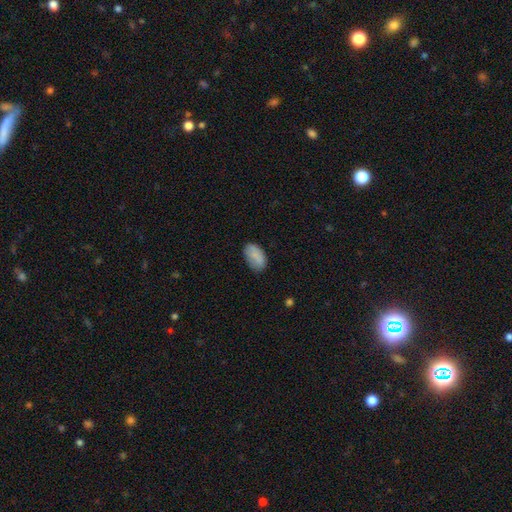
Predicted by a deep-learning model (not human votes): Smooth or featured? smooth (83%)
How rounded? in between (93%)
Merging? none (72%)